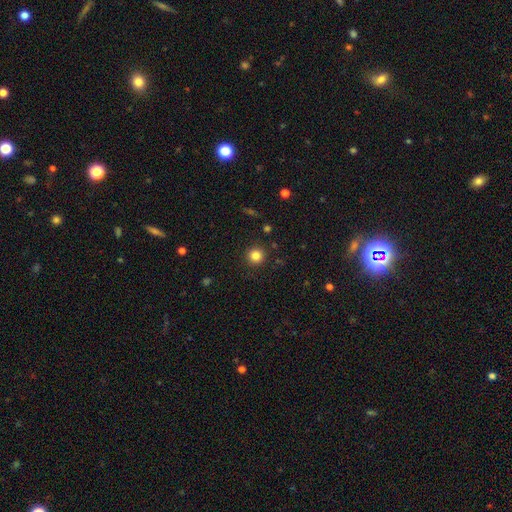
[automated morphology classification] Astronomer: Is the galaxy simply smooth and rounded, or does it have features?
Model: smooth — 83%.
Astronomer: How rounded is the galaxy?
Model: round — 95%.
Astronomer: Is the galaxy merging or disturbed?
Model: none — 91%.